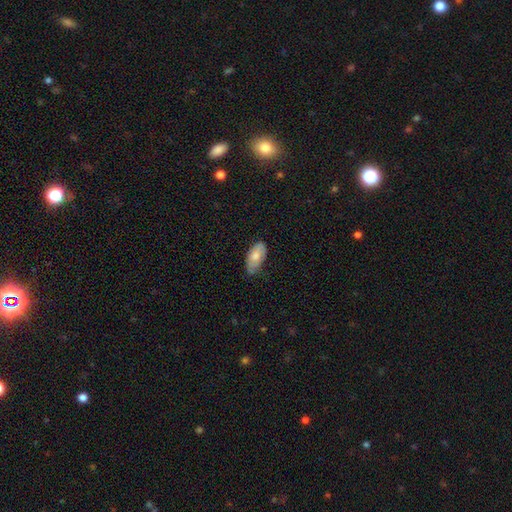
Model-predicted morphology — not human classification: Smooth or featured: smooth — 69% (featured or disk — 25%)
How rounded: in between — 93% (cigar-shaped — 4%)
Merging: none — 62% (minor disturbance — 31%)